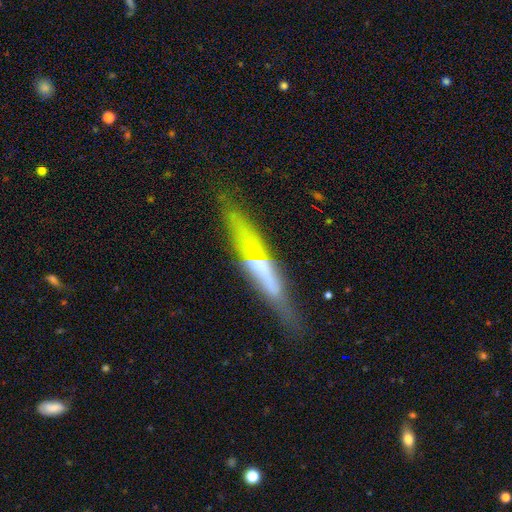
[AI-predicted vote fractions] smooth_or_featured: featured or disk (p=0.64) [alt: smooth p=0.28]
disk_edge_on: yes (p=0.87) [alt: no p=0.13]
edge_on_bulge: none (p=0.39) [tied with: rounded p=0.39]
merging: none (p=0.71) [alt: minor disturbance p=0.16]